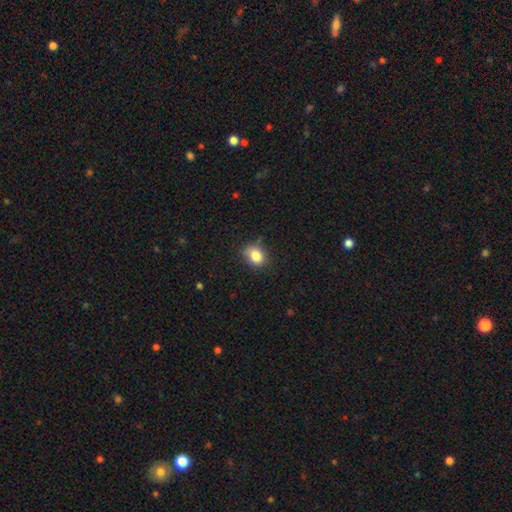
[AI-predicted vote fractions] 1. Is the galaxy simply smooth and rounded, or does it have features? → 83% smooth, 10% star or artifact, 7% featured or disk.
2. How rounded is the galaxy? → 52% in between, 47% round, 1% cigar-shaped.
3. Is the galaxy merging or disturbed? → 70% none, 23% minor disturbance, 5% major disturbance, 2% merger.